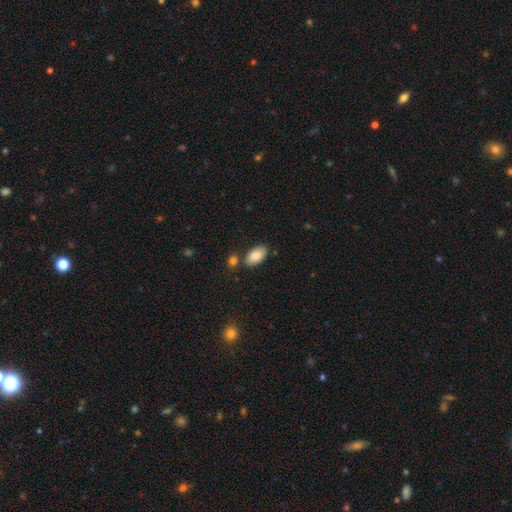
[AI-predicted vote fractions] A smooth galaxy with no disk features (84%) that is in between round and cigar-shaped (95%). Merging: none (78%).